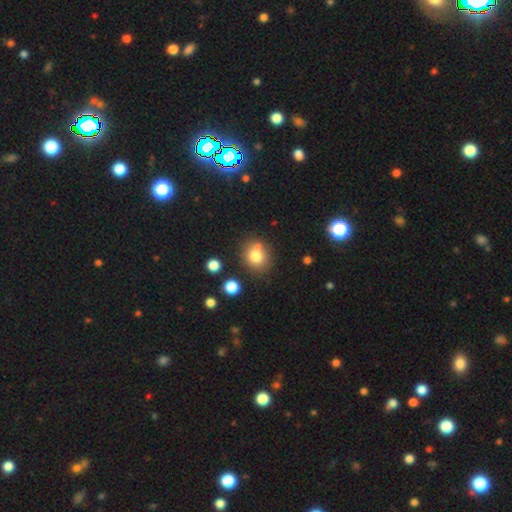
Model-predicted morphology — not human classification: A smooth galaxy with no disk features (78%) that is round (74%). Merging: none (67%).